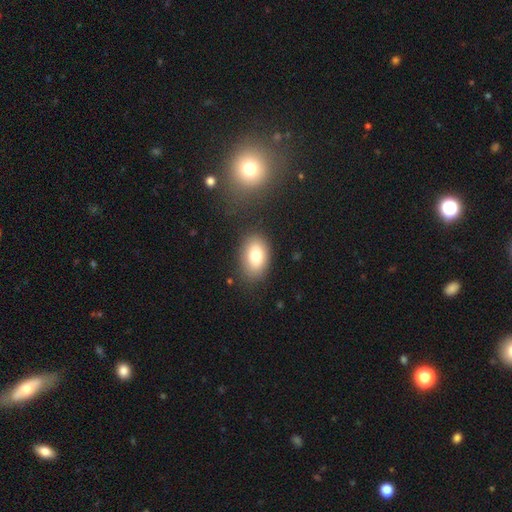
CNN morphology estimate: Smooth or featured? smooth (77%)
How rounded? in between (84%)
Merging? none (83%)